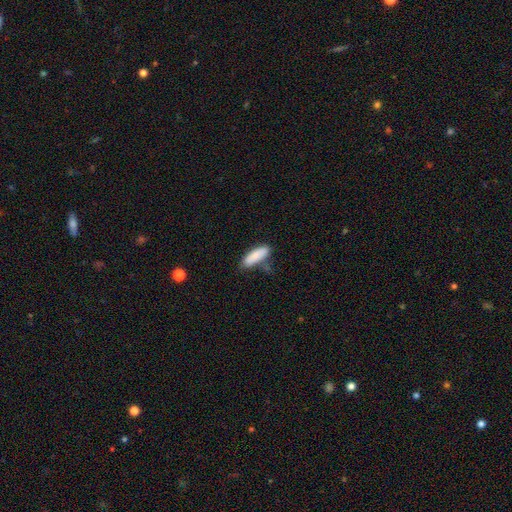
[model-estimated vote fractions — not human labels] A smooth galaxy with no disk features (86%) that is cigar-shaped (52%). Merging: none (65%).